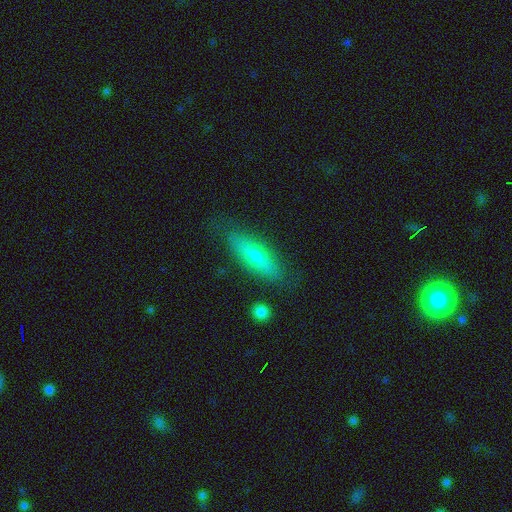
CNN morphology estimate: Smooth or featured? Predicted: smooth (p=0.54). How rounded? Predicted: cigar-shaped (p=0.65). Merging? Predicted: none (p=0.83).